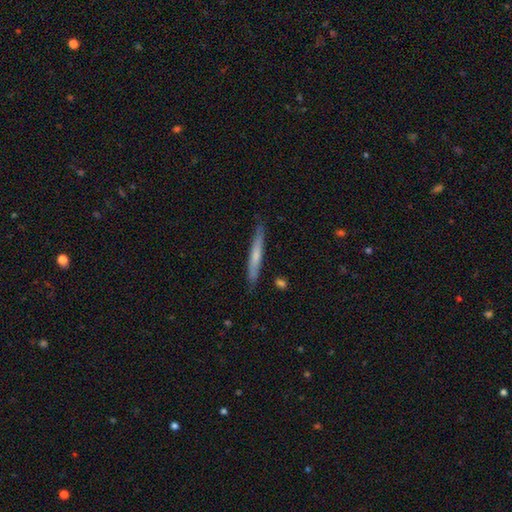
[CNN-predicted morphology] type=smooth (53%); roundness=cigar-shaped (96%); merging=none (86%).